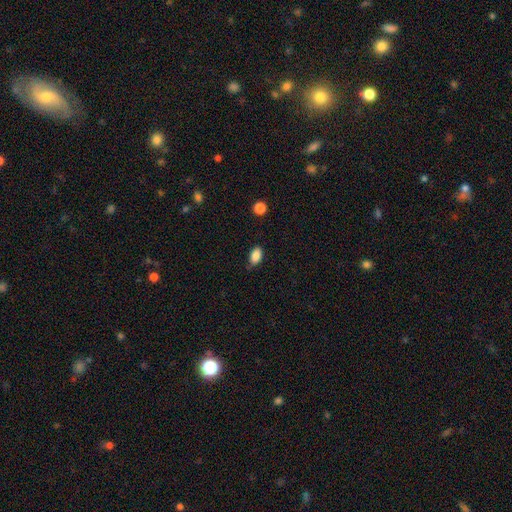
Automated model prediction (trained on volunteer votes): Overall: smooth (86%). How rounded: in between (91%). Merging: none (76%).